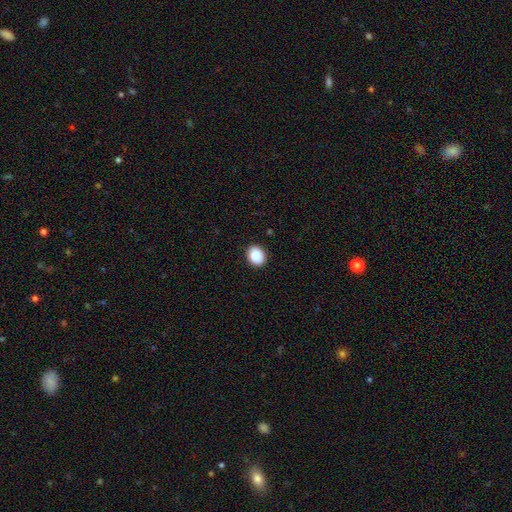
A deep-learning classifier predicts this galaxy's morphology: Smooth or featured?
  - smooth: 88% *
  - star or artifact: 8%
  - featured or disk: 4%
How rounded?
  - in between: 54% *
  - round: 45%
  - cigar-shaped: 1%
Merging?
  - none: 89% *
  - minor disturbance: 8%
  - major disturbance: 2%
  - merger: 1%